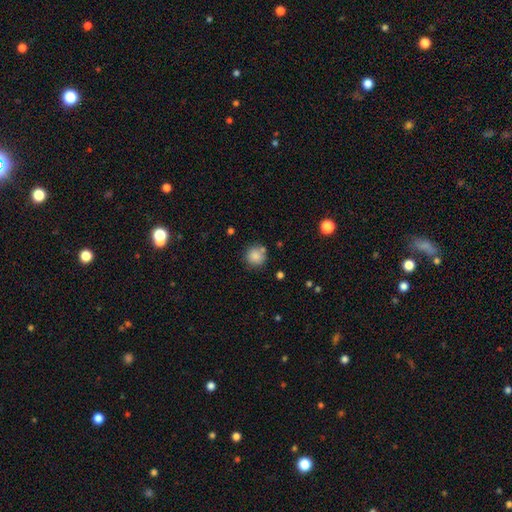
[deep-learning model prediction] Smooth or featured? smooth (84%)
How rounded? round (90%)
Merging? none (72%)